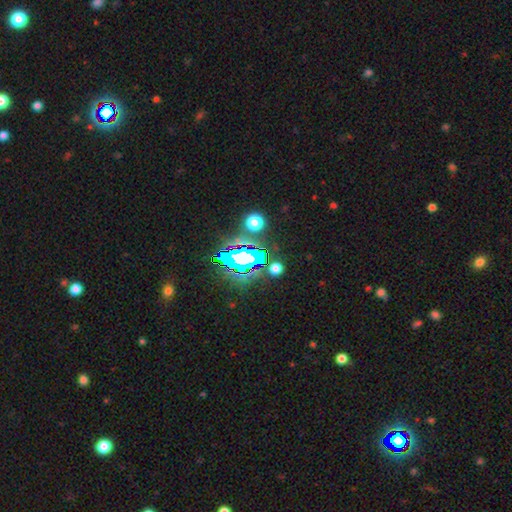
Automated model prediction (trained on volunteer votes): Smooth or featured: star or artifact — 70% (smooth — 16%)